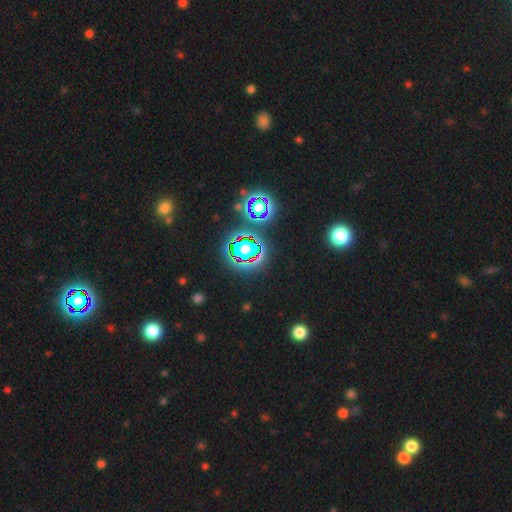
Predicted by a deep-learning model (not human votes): This is likely a star or artifact rather than a galaxy (71%).